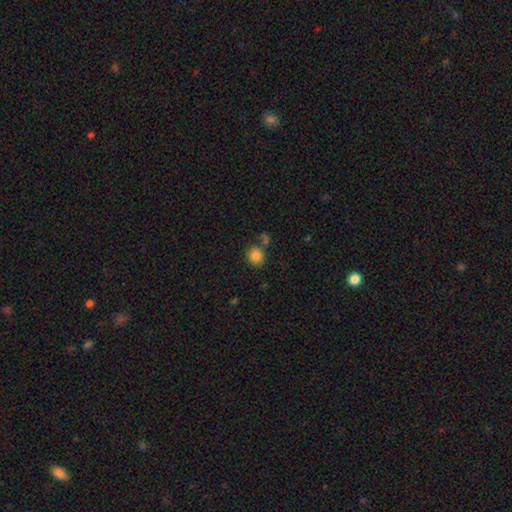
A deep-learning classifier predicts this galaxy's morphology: Smooth or featured? smooth (85%)
How rounded? round (85%)
Merging? none (71%)